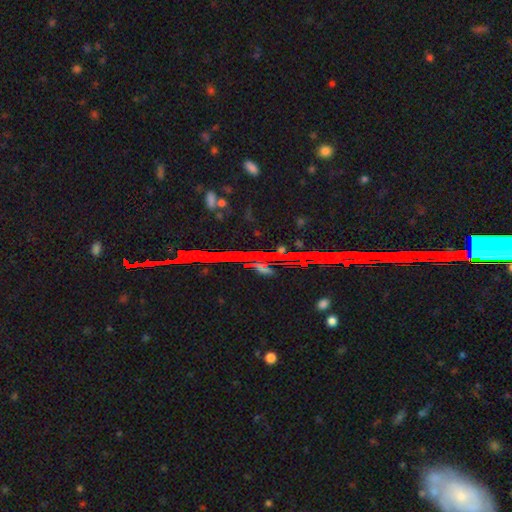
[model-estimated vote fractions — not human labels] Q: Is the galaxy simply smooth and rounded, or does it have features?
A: star or artifact — 83%.